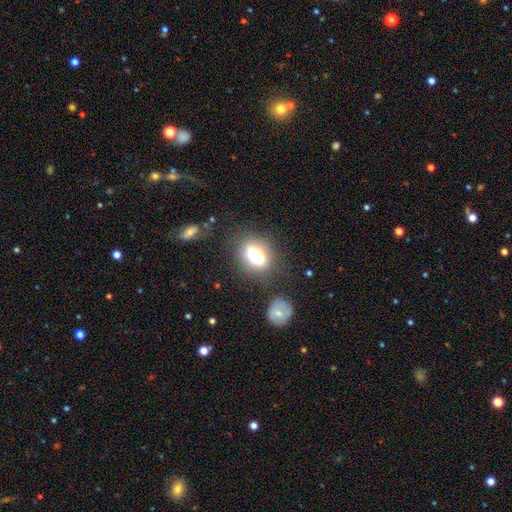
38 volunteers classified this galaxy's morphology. A smooth galaxy with no disk features (68%) that is in between round and cigar-shaped (85%).

Vote fractions:
- Smooth or featured? smooth: 68% / featured or disk: 24% / star or artifact: 8%
- How rounded? in between: 85% / round: 15% / cigar-shaped: 0%
- Merging? none: 80% / minor disturbance: 14% / major disturbance: 6% / merger: 0%